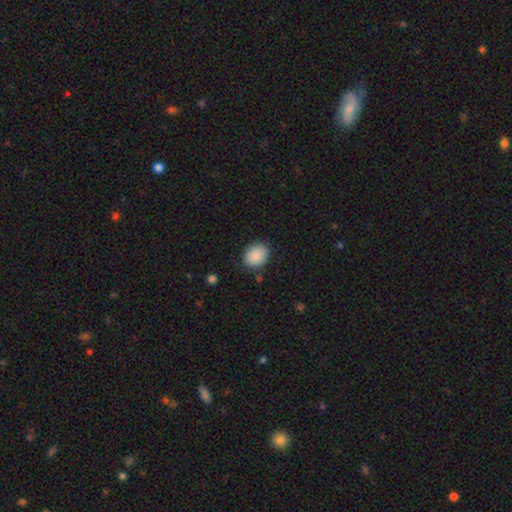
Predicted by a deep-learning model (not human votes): smooth-or-featured: smooth: 89% | star or artifact: 7% | featured or disk: 4%
  how-rounded: round: 50% | in between: 49% | cigar-shaped: 1%
  merging: none: 82% | minor disturbance: 13% | major disturbance: 3% | merger: 2%